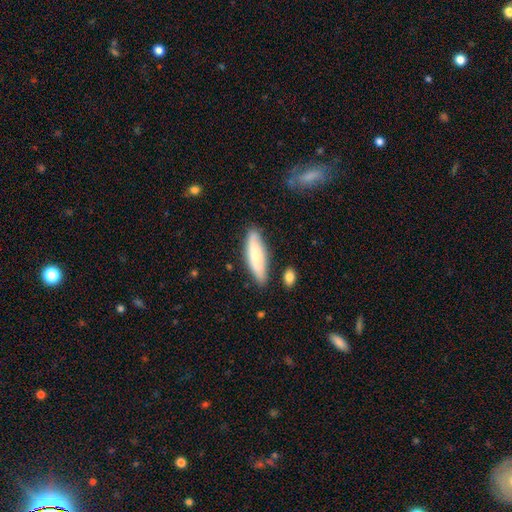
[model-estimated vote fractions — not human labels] smooth_or_featured: smooth (p=0.72) [alt: featured or disk p=0.21]
how_rounded: cigar-shaped (p=0.58) [alt: in between p=0.40]
merging: none (p=0.78) [alt: minor disturbance p=0.16]